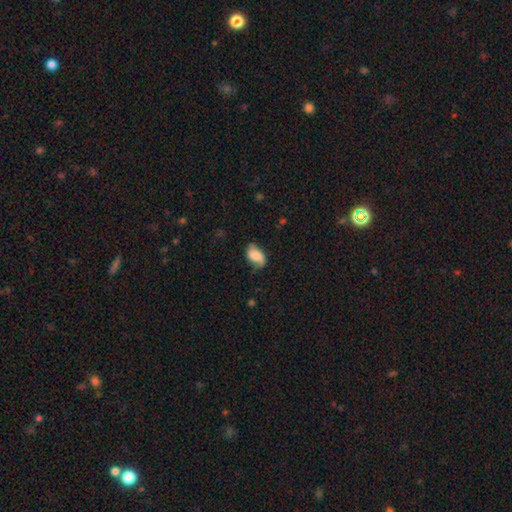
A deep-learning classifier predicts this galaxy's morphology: Smooth or featured? smooth (62%)
How rounded? in between (88%)
Merging? none (57%)